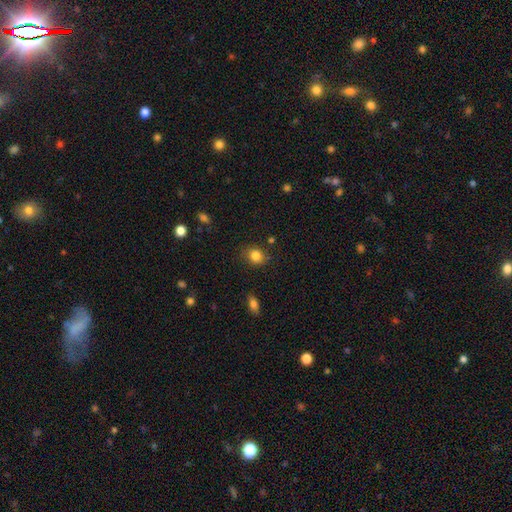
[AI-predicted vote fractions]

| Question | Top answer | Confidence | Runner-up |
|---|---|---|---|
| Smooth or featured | smooth | 83% | star or artifact (11%) |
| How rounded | round | 69% | in between (30%) |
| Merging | none | 81% | minor disturbance (13%) |